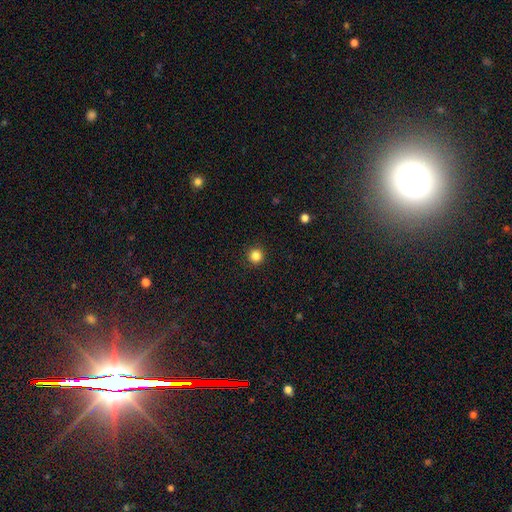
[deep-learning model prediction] Smooth or featured? Predicted: smooth (p=0.84). How rounded? Predicted: round (p=0.96). Merging? Predicted: none (p=0.93).